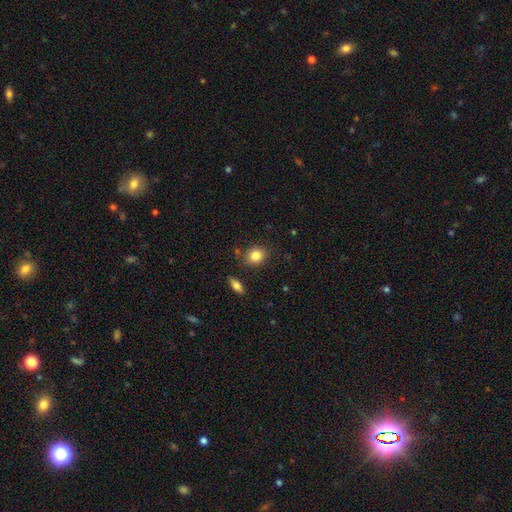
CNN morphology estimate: Overall: smooth (83%). How rounded: round (66%; in between 33%). Merging: none (82%).